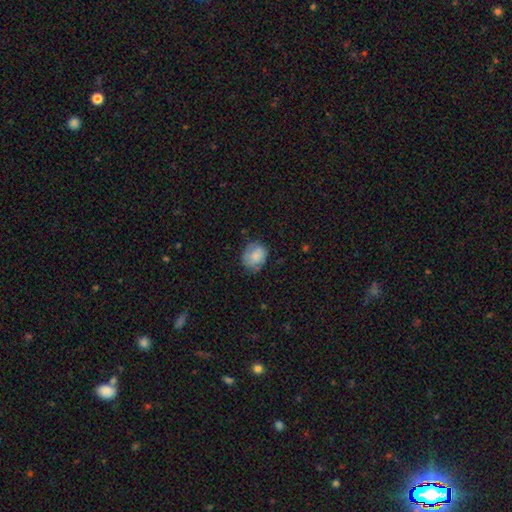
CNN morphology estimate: This is likely a smooth galaxy (74%). How rounded: possibly round (59%). Merging: likely none (64%).